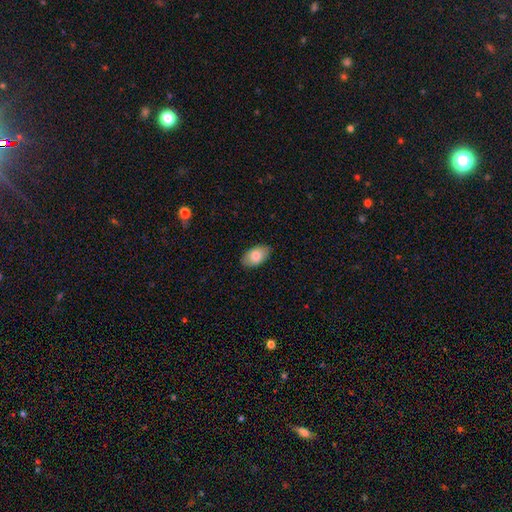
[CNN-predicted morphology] This appears to be a smooth galaxy with no disk features (82%) that is in between round and cigar-shaped (94%). Merging: none (85%).